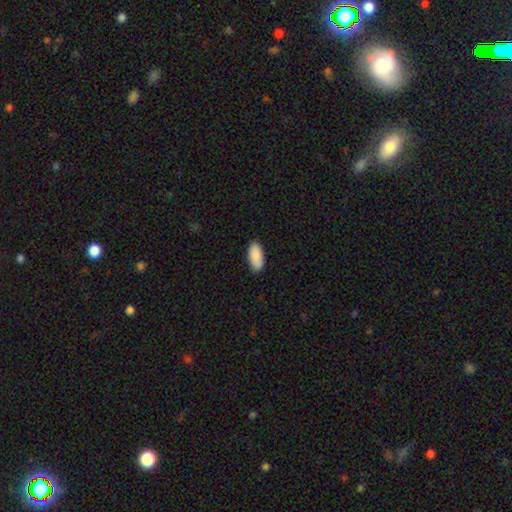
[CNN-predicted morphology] Smooth or featured: smooth — 90% (star or artifact — 6%)
How rounded: in between — 91% (cigar-shaped — 7%)
Merging: none — 86% (minor disturbance — 11%)